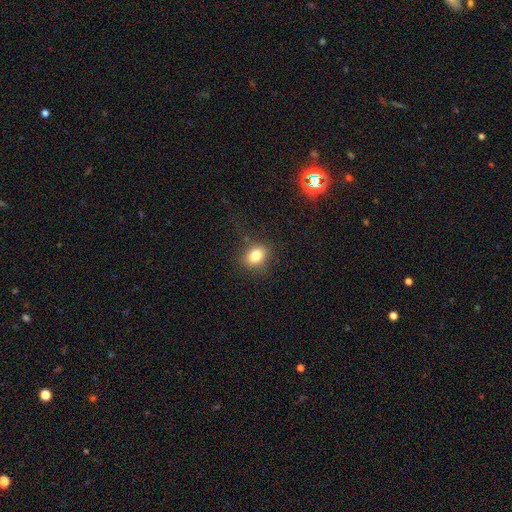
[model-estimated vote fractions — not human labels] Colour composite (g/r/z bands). It shows a smooth galaxy with no disk features (80%) that is in between round and cigar-shaped (53%). Merging: none (79%).